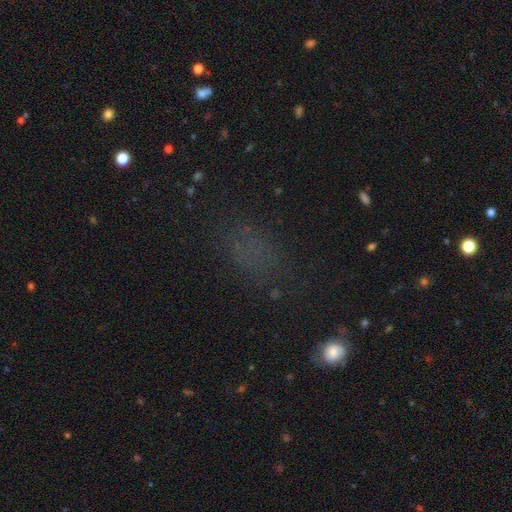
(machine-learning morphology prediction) Smooth or featured? smooth (53%)
How rounded? in between (74%)
Merging? none (71%)